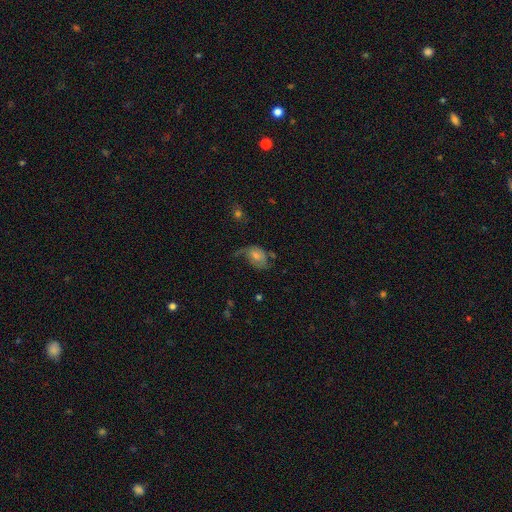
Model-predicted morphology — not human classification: smooth-or-featured: featured or disk: 50% | smooth: 37% | star or artifact: 13%
  merging: none: 38% | major disturbance: 31% | minor disturbance: 27% | merger: 4%